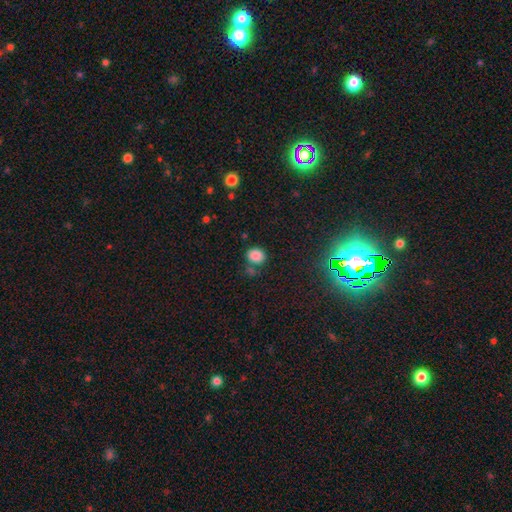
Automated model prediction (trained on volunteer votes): Q: Smooth or featured?
A: smooth (84%); runner-up: star or artifact (11%)
Q: How rounded?
A: round (62%); runner-up: in between (37%)
Q: Merging?
A: none (71%); runner-up: merger (13%)